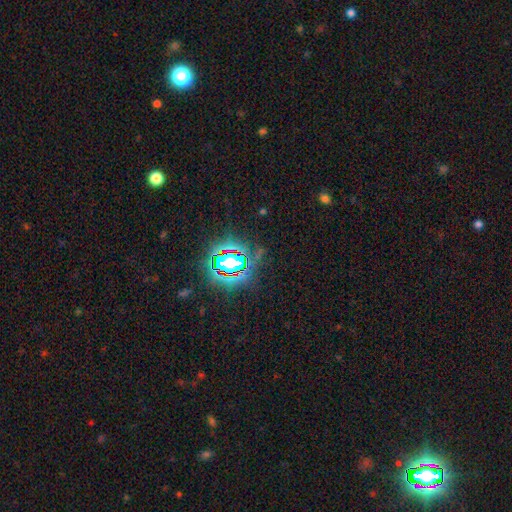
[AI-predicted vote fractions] Smooth or featured? Predicted: star or artifact (p=0.78).